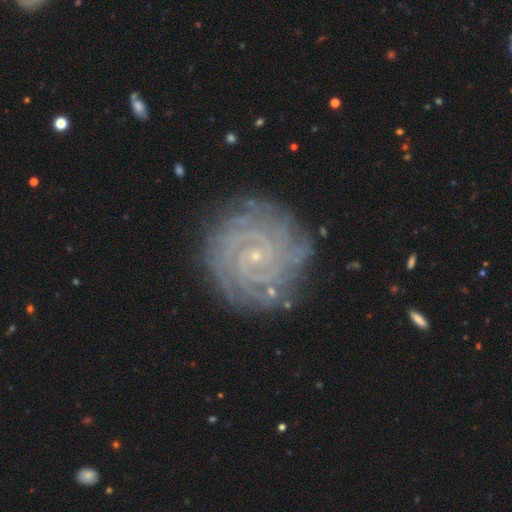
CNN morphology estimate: Overall: featured or disk (90%). Edge-on disk: no (98%). Bar: no (66%). Spiral arms: yes (99%). Spiral arm count: 2 (23%; 4 20%). Spiral winding: tight (87%). Bulge size: small (88%). Merging: none (83%).